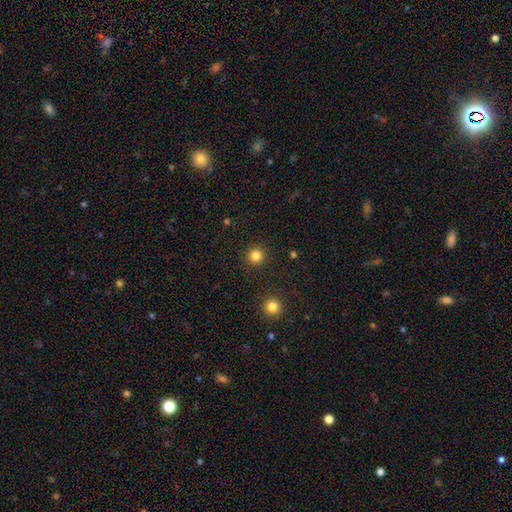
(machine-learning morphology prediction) The model was most divided on "smooth or featured": smooth: 83%, star or artifact: 13%, featured or disk: 4%. More confident: how rounded — round (94%); merging — none (91%).